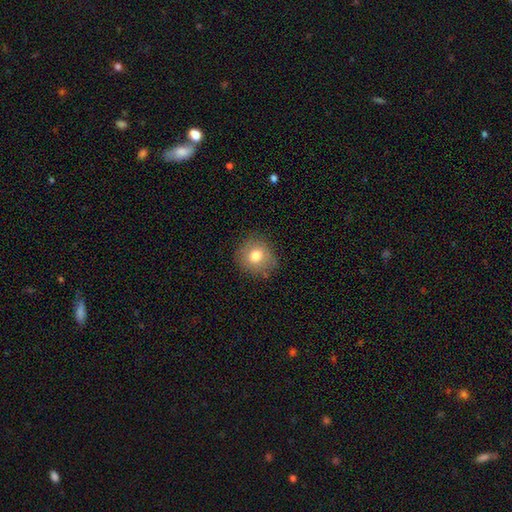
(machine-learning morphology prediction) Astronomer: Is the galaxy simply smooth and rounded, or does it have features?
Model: smooth — 77%.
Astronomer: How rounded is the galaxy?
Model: round — 88%.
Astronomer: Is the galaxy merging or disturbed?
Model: none — 83%.